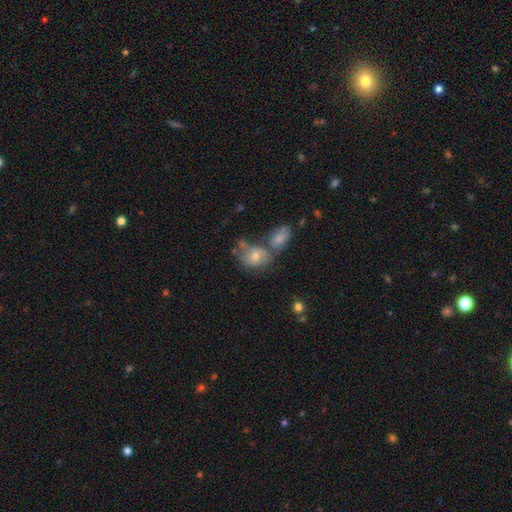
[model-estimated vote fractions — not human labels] A smooth galaxy with no disk features (47%).

Vote fractions:
- Smooth or featured? smooth: 47% / featured or disk: 39% / star or artifact: 14%
- Merging? merger: 40% / none: 37% / minor disturbance: 15% / major disturbance: 8%